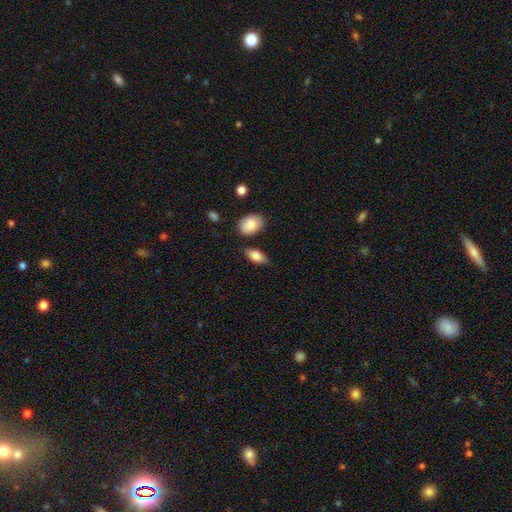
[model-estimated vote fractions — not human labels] smooth_or_featured: smooth (p=0.83) [alt: featured or disk p=0.11]
how_rounded: in between (p=0.90) [alt: cigar-shaped p=0.05]
merging: none (p=0.76) [alt: minor disturbance p=0.15]